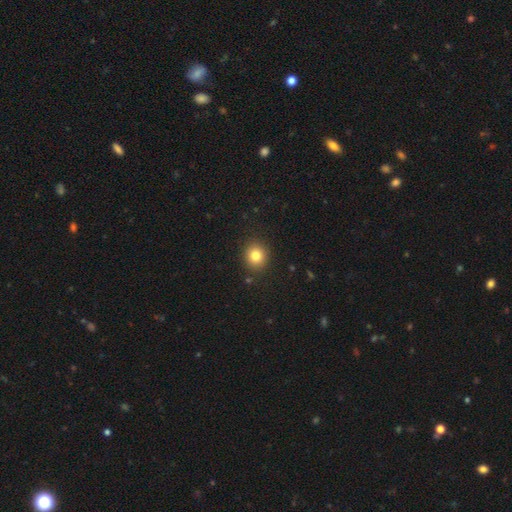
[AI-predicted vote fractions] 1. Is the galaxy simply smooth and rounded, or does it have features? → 81% smooth, 12% star or artifact, 7% featured or disk.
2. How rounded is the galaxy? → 83% round, 16% in between, 1% cigar-shaped.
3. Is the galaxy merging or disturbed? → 90% none, 7% minor disturbance, 2% major disturbance, 1% merger.